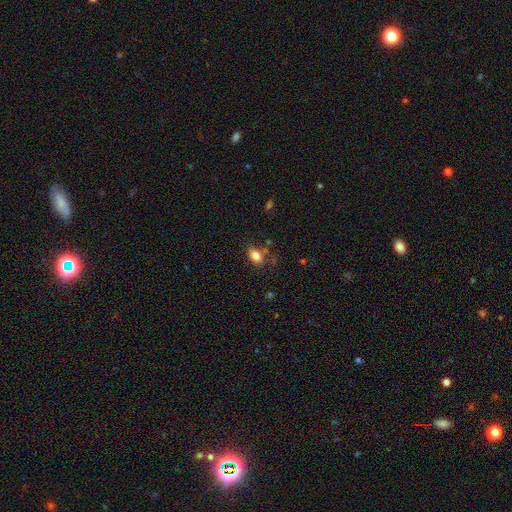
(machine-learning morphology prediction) type=smooth (82%); roundness=in between (83%); merging=none (67%).